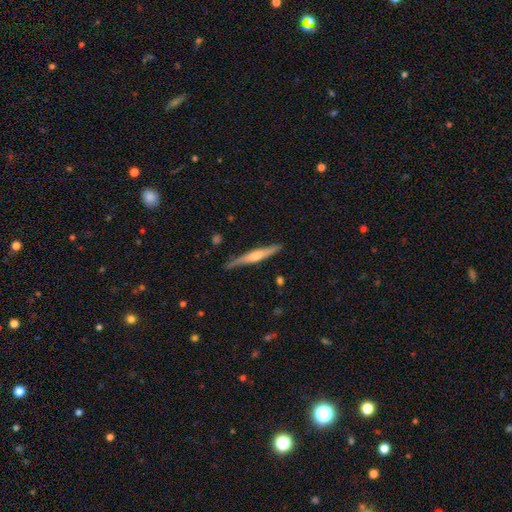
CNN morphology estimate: Smooth or featured? Predicted: featured or disk (p=0.62). Edge-on disk? Predicted: yes (p=0.97). Edge-on bulge? Predicted: rounded (p=0.65). Merging? Predicted: none (p=0.84).